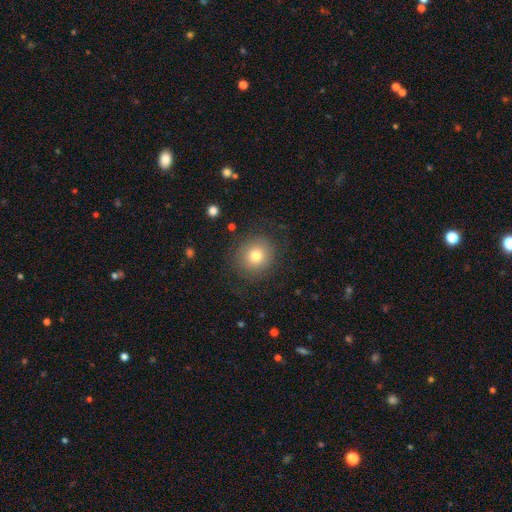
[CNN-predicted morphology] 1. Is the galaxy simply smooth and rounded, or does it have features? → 75% smooth, 13% featured or disk, 12% star or artifact.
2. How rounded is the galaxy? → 87% round, 12% in between, 1% cigar-shaped.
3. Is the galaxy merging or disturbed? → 83% none, 10% minor disturbance, 6% major disturbance, 1% merger.